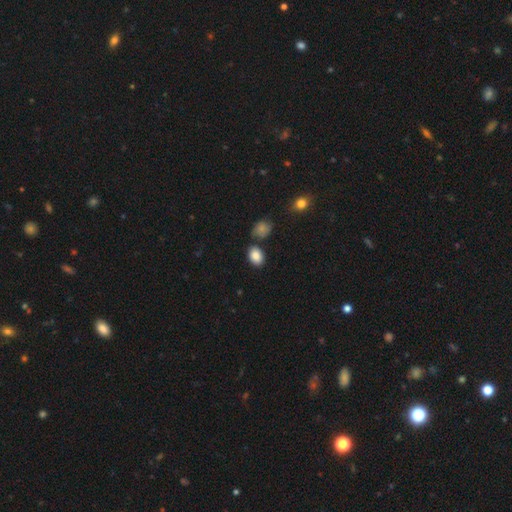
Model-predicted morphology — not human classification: Smooth or featured? Predicted: smooth (p=0.86). How rounded? Predicted: in between (p=0.77). Merging? Predicted: none (p=0.74).